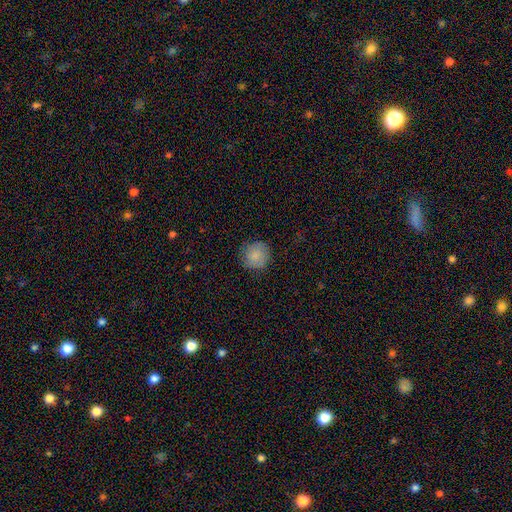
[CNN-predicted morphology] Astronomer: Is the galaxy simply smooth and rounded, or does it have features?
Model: smooth — 84%.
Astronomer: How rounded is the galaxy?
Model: round — 93%.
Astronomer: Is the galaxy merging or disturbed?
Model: none — 83%.